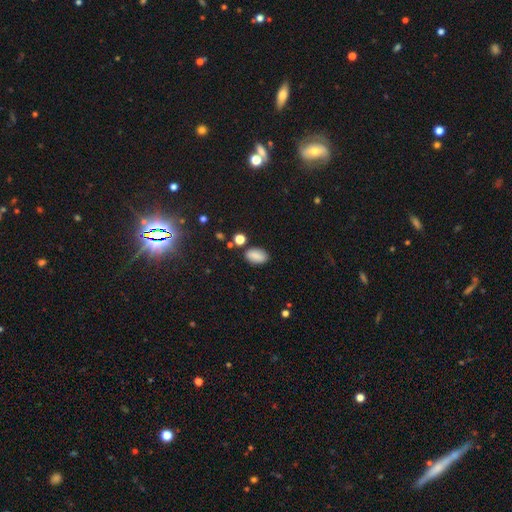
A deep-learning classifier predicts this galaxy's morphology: The model was most divided on "merging": none: 81%, minor disturbance: 12%, merger: 4%, major disturbance: 3%. More confident: how rounded — in between (92%); smooth or featured — smooth (86%).